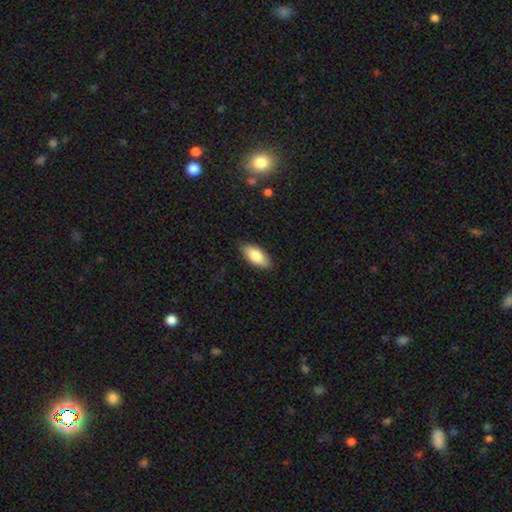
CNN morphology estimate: This appears to be a smooth galaxy with no disk features (82%) that is in between round and cigar-shaped (88%). Merging: none (86%).